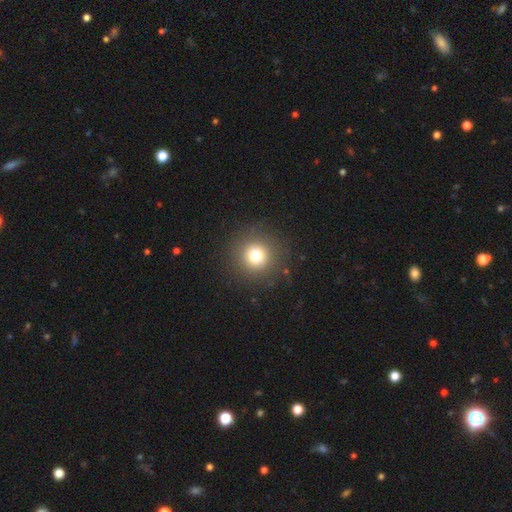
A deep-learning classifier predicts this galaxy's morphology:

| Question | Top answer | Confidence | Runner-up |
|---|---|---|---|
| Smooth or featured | smooth | 76% | star or artifact (15%) |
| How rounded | round | 96% | in between (4%) |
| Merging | none | 90% | minor disturbance (6%) |